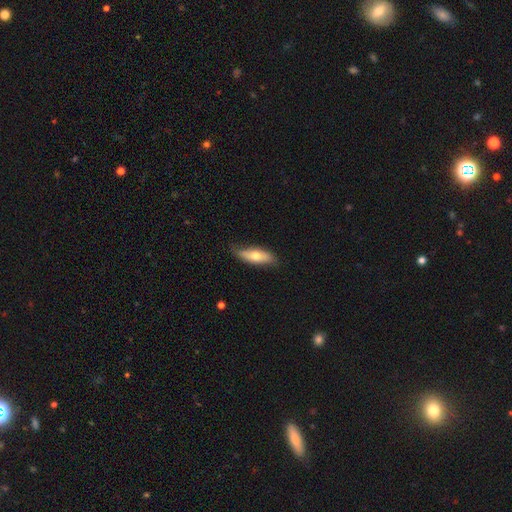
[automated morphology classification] Smooth or featured: smooth — 62% (featured or disk — 32%)
How rounded: in between — 64% (cigar-shaped — 34%)
Merging: none — 68% (minor disturbance — 26%)